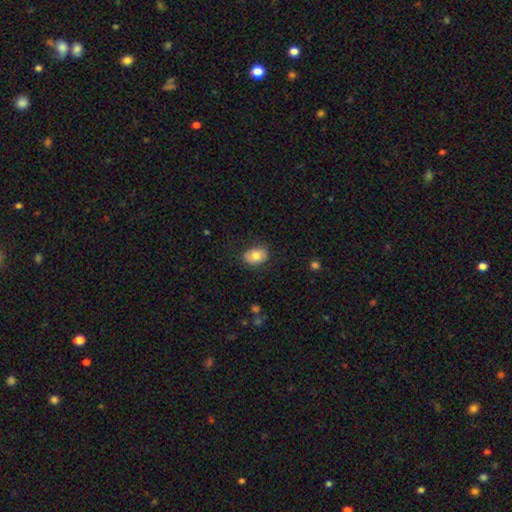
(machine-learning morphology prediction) smooth 79%, featured or disk 14%, star or artifact 8%. Down the decision tree: how rounded — in between (72%); merging — none (81%).